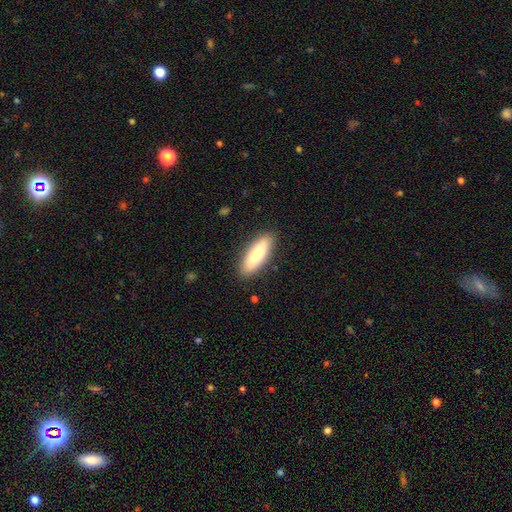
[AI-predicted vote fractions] This appears to be a smooth galaxy with no disk features (79%) that is in between round and cigar-shaped (58%). Merging: none (87%).